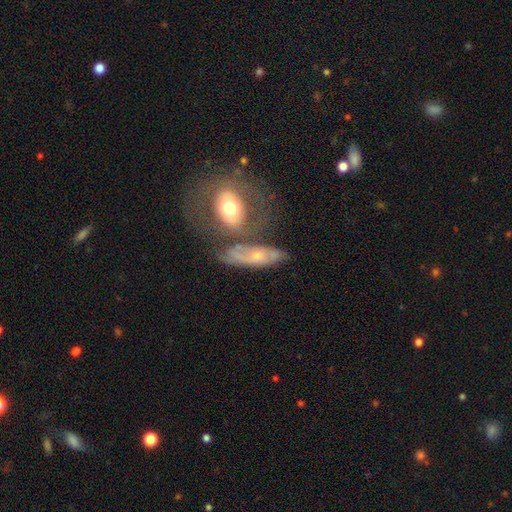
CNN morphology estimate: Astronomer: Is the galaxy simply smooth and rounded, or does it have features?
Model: featured or disk — 58% (runner-up: smooth, 34%).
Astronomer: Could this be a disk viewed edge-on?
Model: no — 74%.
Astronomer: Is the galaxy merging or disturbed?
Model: none — 47% (runner-up: merger, 26%).